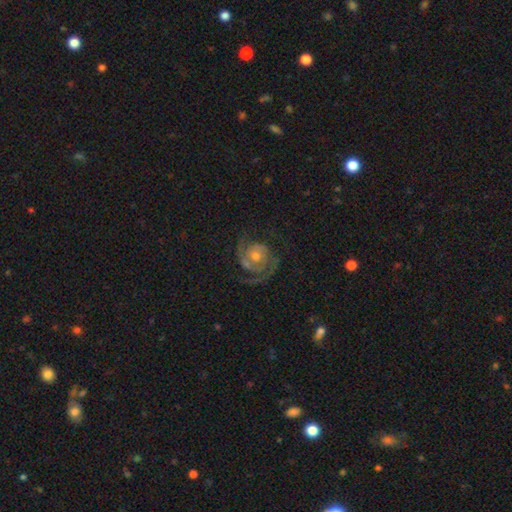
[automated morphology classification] The model was most divided on "spiral winding": tight: 50%, medium: 39%, loose: 11%. More confident: edge-on disk — no (98%); spiral arms — yes (96%); smooth or featured — featured or disk (87%); bar — no (75%); spiral arm count — 2 (68%); merging — none (67%); bulge size — moderate (56%).